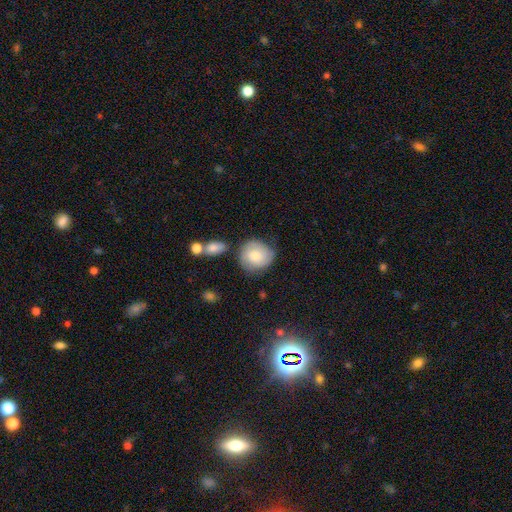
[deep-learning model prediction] This appears to be a smooth galaxy with no disk features (73%) that is round (82%). Merging: none (66%).